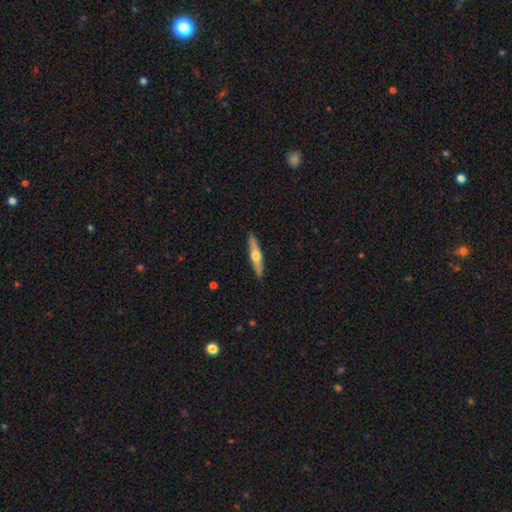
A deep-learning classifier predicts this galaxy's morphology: Smooth or featured?
  - featured or disk: 55% *
  - smooth: 40%
  - star or artifact: 5%
Edge-on disk?
  - yes: 94% *
  - no: 6%
Edge-on bulge?
  - rounded: 92% *
  - none: 6%
  - boxy: 2%
Merging?
  - none: 91% *
  - minor disturbance: 7%
  - major disturbance: 1%
  - merger: 1%